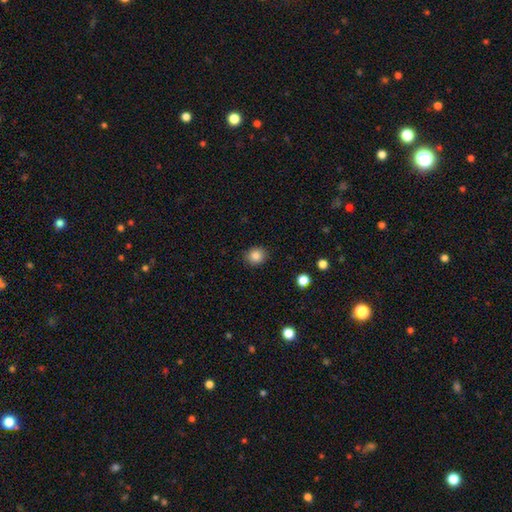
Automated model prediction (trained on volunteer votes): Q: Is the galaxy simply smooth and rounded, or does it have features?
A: smooth — 85%.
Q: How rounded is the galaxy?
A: round — 79%.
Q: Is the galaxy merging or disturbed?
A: none — 88%.